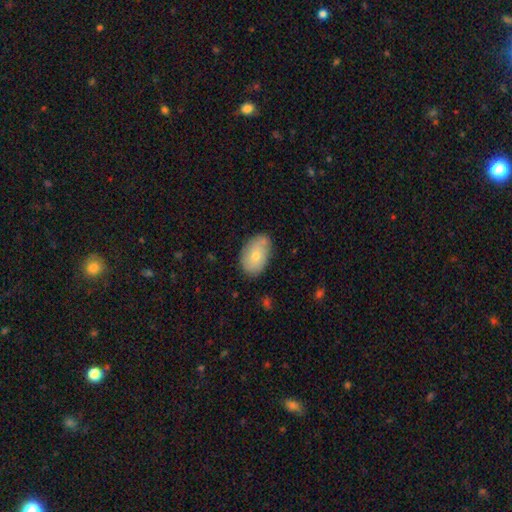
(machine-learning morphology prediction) type=smooth (69%); roundness=in between (89%); merging=none (73%).